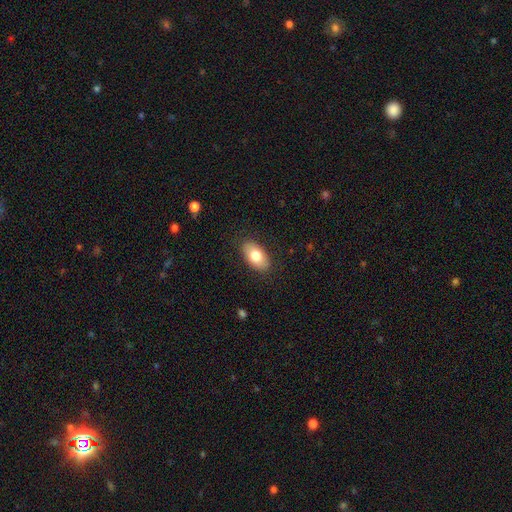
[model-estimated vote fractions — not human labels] This appears to be a smooth galaxy with no disk features (79%) that is in between round and cigar-shaped (94%). Merging: none (86%).